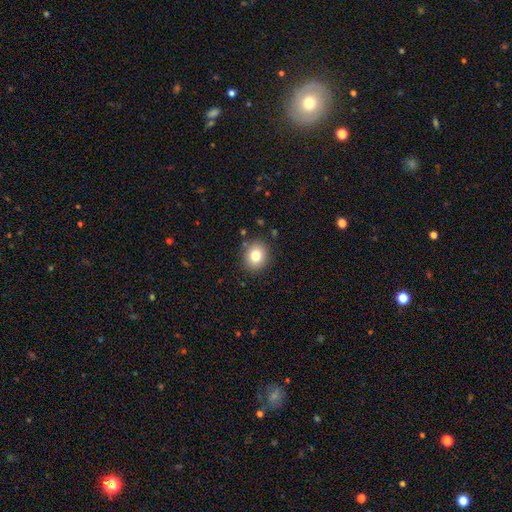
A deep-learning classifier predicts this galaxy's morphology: This appears to be a smooth galaxy with no disk features (79%) that is round (77%). Merging: none (87%).